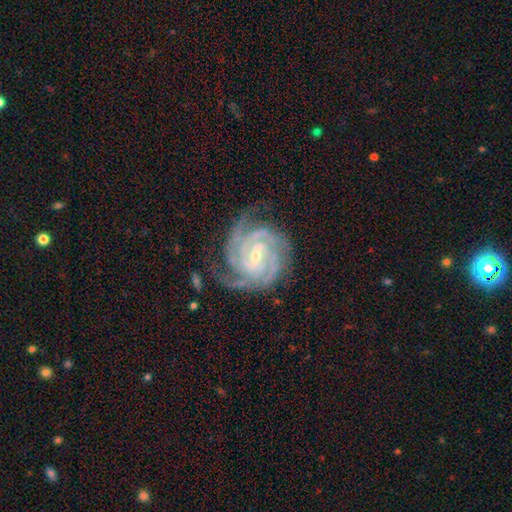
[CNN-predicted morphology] Q: Smooth or featured?
A: featured or disk (93%); runner-up: star or artifact (4%)
Q: Edge-on disk?
A: no (98%); runner-up: yes (2%)
Q: Bar?
A: weak (42%); runner-up: no (39%)
Q: Spiral arms?
A: yes (99%); runner-up: no (1%)
Q: Spiral winding?
A: tight (77%); runner-up: medium (21%)
Q: Spiral arm count?
A: 3 (33%); runner-up: 4 (28%)
Q: Bulge size?
A: small (67%); runner-up: moderate (30%)
Q: Merging?
A: none (71%); runner-up: minor disturbance (19%)